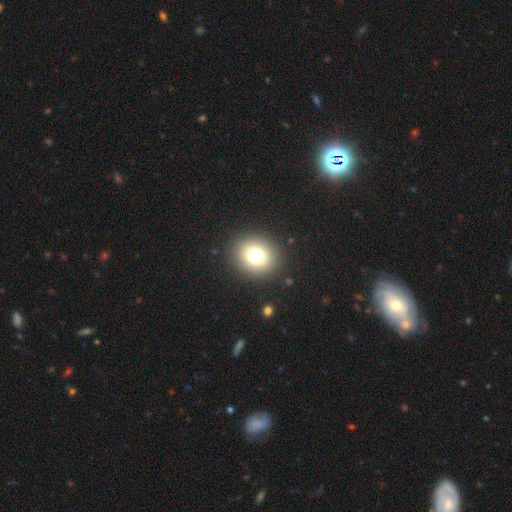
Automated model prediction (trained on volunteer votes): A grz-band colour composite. It shows a smooth galaxy with no disk features (75%) that is round (78%). Merging: none (89%).